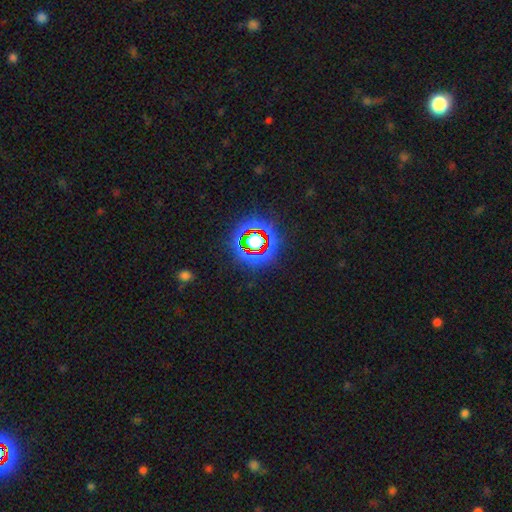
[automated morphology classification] type=star or artifact (73%).